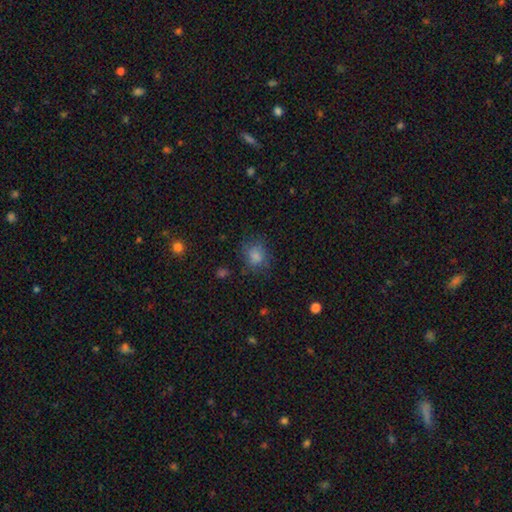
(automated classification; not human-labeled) smooth 80%, star or artifact 11%, featured or disk 9%. Down the decision tree: how rounded — round (64%); merging — none (67%).